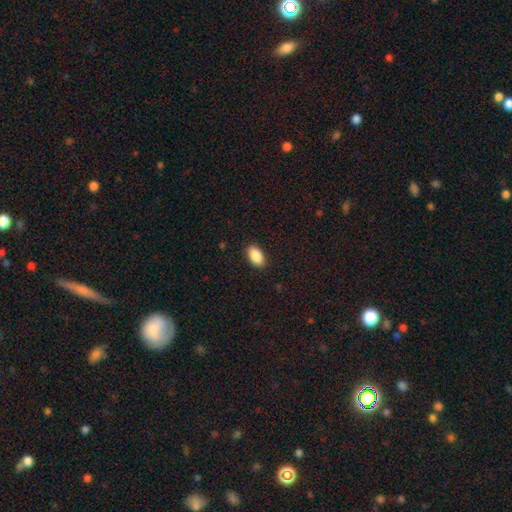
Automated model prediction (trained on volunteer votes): Morphology: type=smooth (89%); roundness=in between (93%); merging=none (89%).